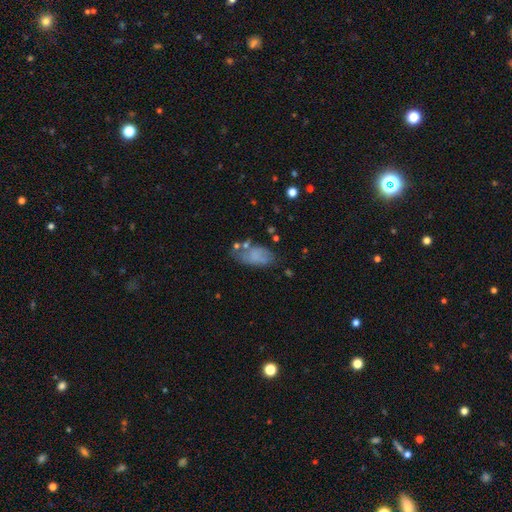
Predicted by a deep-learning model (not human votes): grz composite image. It shows a smooth galaxy with no disk features (63%) that is in between round and cigar-shaped (91%). Merging: none (47%).